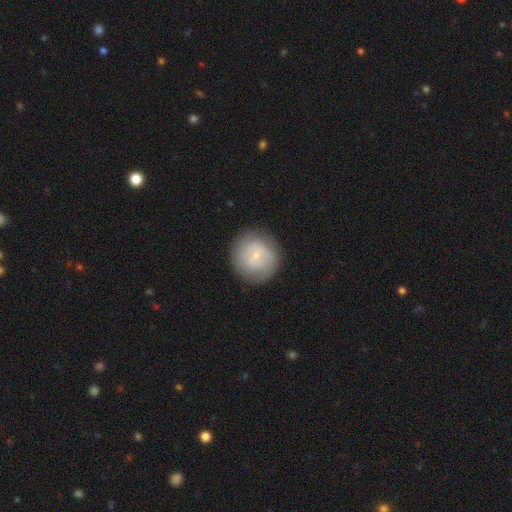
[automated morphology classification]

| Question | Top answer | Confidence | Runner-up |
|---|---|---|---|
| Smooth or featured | smooth | 54% | featured or disk (39%) |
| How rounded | round | 93% | in between (6%) |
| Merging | none | 82% | minor disturbance (12%) |